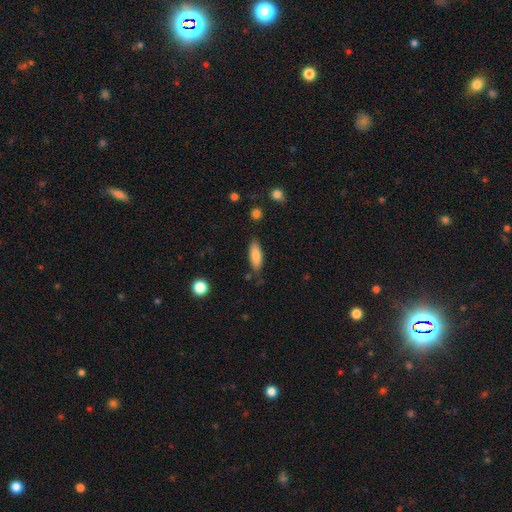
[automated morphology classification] A smooth galaxy with no disk features (82%) that is in between round and cigar-shaped (59%). Merging: none (79%).